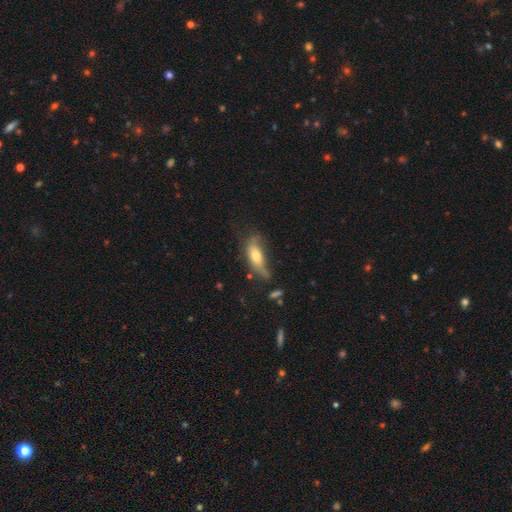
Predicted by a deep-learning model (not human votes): Smooth or featured? smooth (61%)
How rounded? in between (69%)
Merging? none (35%)